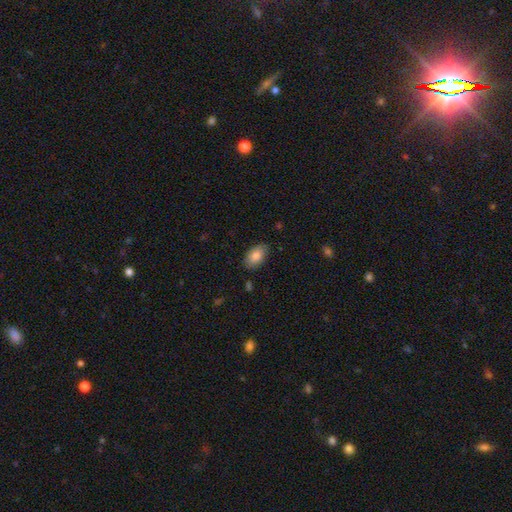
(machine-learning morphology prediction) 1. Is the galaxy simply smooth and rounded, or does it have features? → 84% smooth, 9% featured or disk, 7% star or artifact.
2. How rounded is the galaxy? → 92% in between, 6% round, 2% cigar-shaped.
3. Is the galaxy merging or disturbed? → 83% none, 13% minor disturbance, 3% major disturbance, 1% merger.